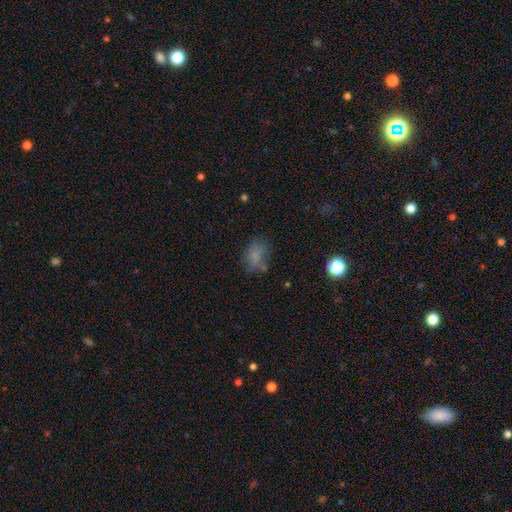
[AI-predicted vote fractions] smooth_or_featured: smooth (p=0.67) [alt: featured or disk p=0.17]
how_rounded: in between (p=0.70) [alt: round p=0.28]
merging: none (p=0.55) [alt: minor disturbance p=0.23]